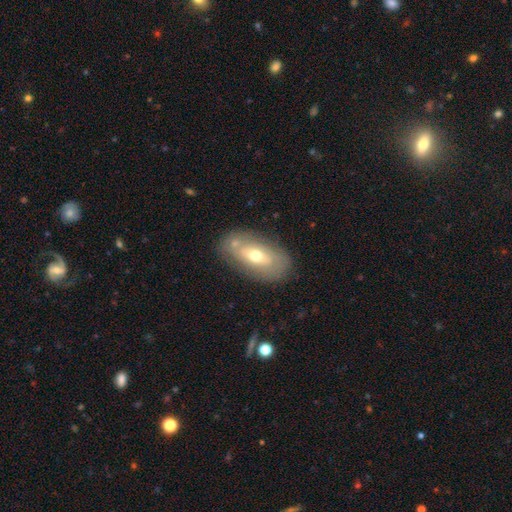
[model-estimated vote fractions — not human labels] featured or disk 47%, smooth 45%, star or artifact 7%. Down the decision tree: merging — none (73%).